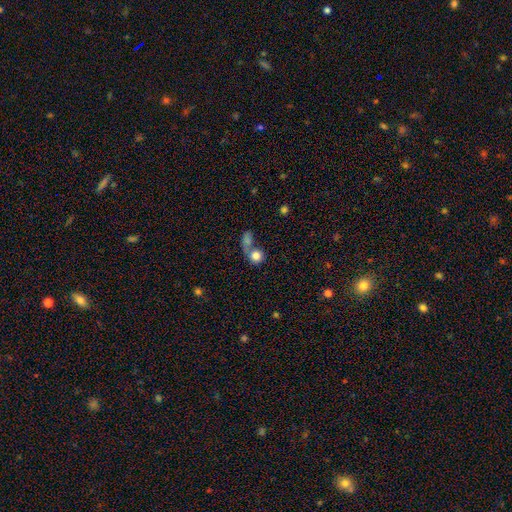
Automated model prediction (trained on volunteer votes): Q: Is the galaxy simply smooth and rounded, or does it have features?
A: smooth — 78%.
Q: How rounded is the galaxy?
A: round — 83%.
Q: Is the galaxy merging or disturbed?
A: merger — 52%.